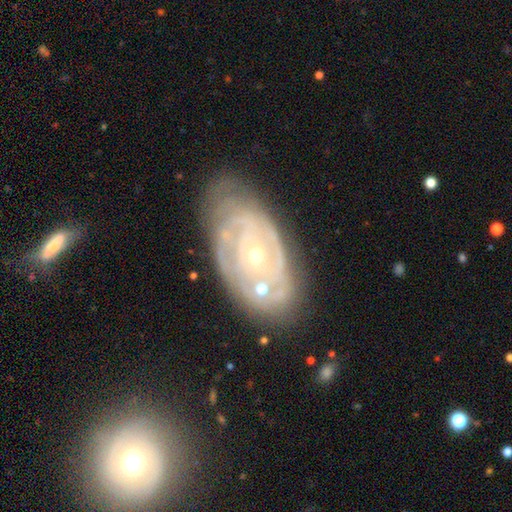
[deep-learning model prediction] Smooth or featured? featured or disk (82%)
Edge-on disk? no (94%)
Bar? no (77%)
Spiral arms? yes (87%)
Spiral winding? tight (76%)
Spiral arm count? can't tell (44%)
Bulge size? small (73%)
Merging? none (64%)